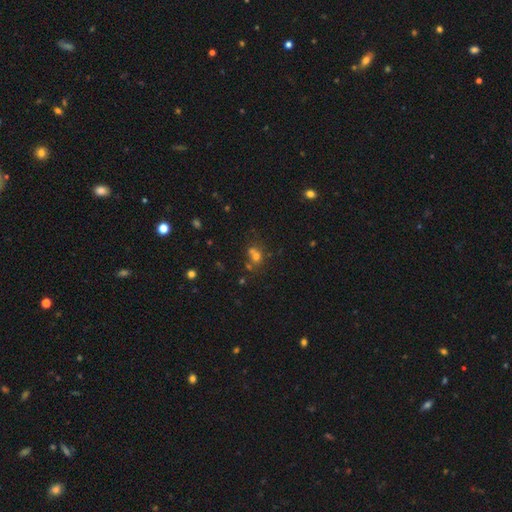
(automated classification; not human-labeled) A smooth galaxy with no disk features (59%) that is round (70%). Merging: merger (44%).